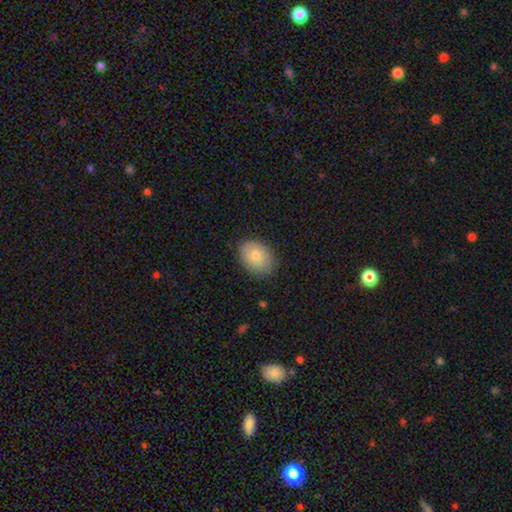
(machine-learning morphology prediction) Smooth or featured? smooth (77%)
How rounded? in between (68%)
Merging? none (82%)